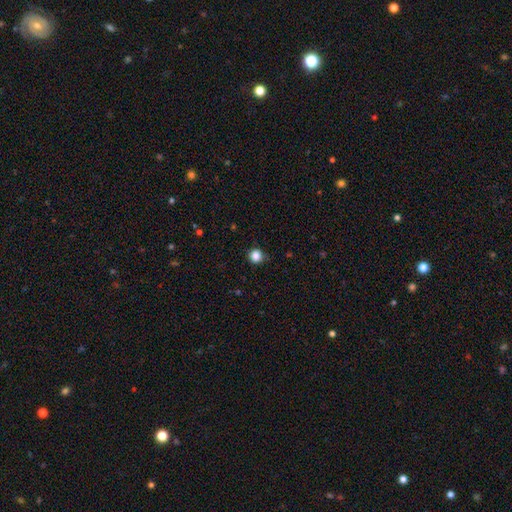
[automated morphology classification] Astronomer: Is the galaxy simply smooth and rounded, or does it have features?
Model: smooth — 85%.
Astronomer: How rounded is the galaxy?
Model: round — 94%.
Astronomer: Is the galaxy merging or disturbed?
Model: none — 88%.